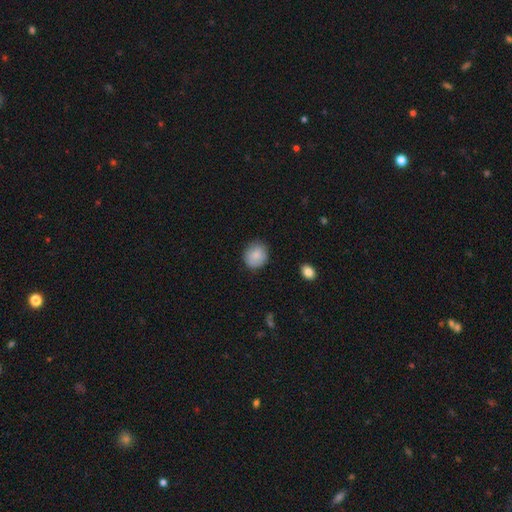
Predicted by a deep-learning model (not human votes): This is clearly a smooth galaxy (85%). How rounded: likely round (79%). Merging: clearly none (84%).